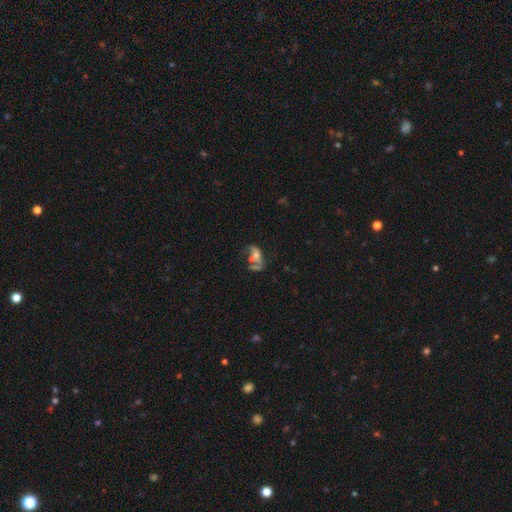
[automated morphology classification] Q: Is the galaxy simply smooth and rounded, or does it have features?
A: featured or disk — 47%.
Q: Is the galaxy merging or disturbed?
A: merger — 34%.